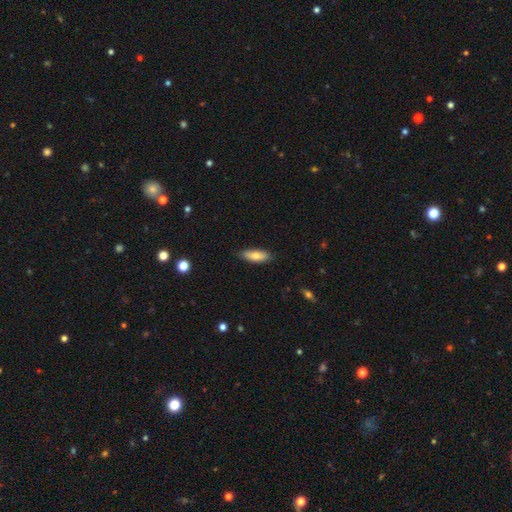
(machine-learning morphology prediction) The model was most divided on "how rounded": in between: 66%, cigar-shaped: 32%, round: 2%. More confident: merging — none (84%); smooth or featured — smooth (76%).